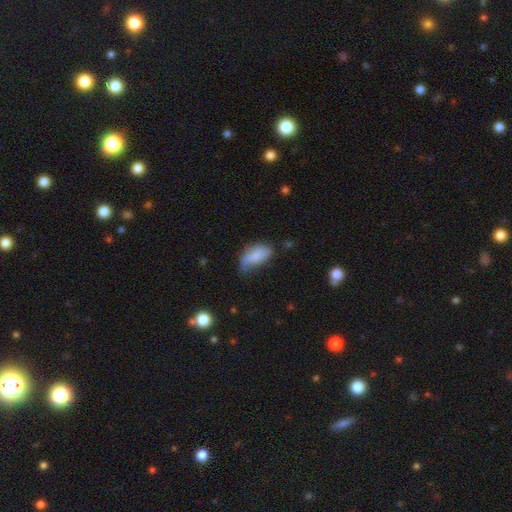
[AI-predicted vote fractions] Smooth or featured? smooth (76%)
How rounded? in between (91%)
Merging? minor disturbance (42%, tied with none)